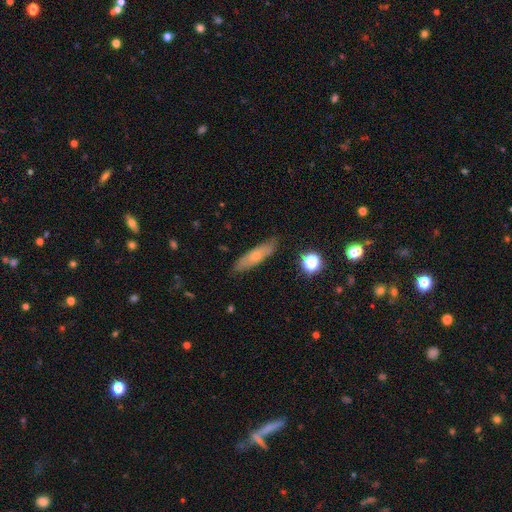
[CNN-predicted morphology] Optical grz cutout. It shows a smooth galaxy with no disk features (58%) that is cigar-shaped (69%). Merging: none (83%).